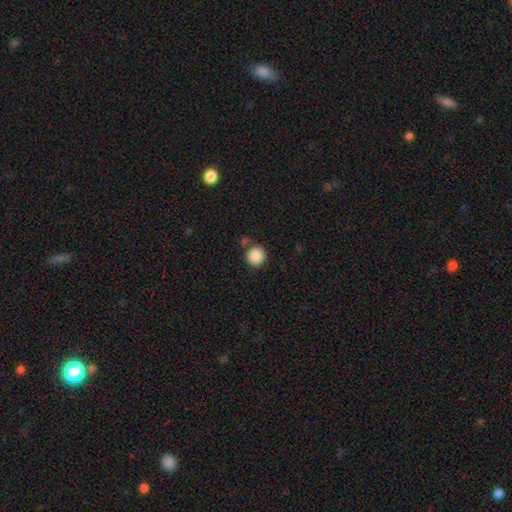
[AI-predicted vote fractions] smooth_or_featured: smooth (p=0.88) [alt: star or artifact p=0.08]
how_rounded: round (p=0.94) [alt: in between p=0.05]
merging: none (p=0.82) [alt: minor disturbance p=0.08]